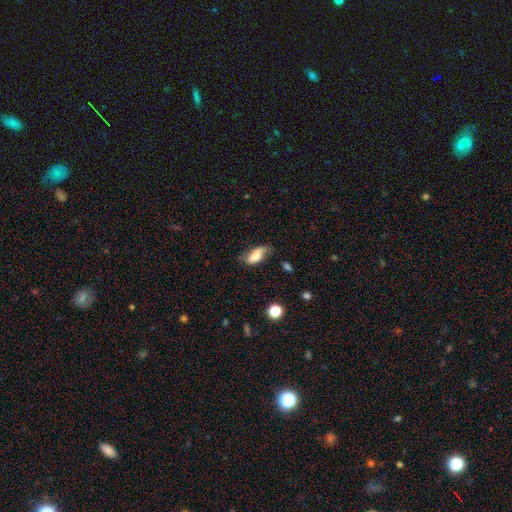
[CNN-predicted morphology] smooth-or-featured: smooth: 68% | featured or disk: 23% | star or artifact: 9%
  how-rounded: in between: 84% | cigar-shaped: 12% | round: 4%
  merging: none: 48% | minor disturbance: 34% | major disturbance: 15% | merger: 4%